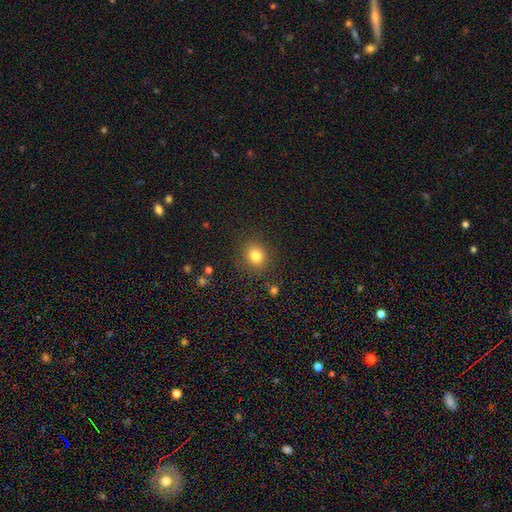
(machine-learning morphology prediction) A smooth galaxy with no disk features (81%) that is round (77%).

Vote fractions:
- Smooth or featured? smooth: 81% / star or artifact: 12% / featured or disk: 7%
- How rounded? round: 77% / in between: 22% / cigar-shaped: 1%
- Merging? none: 87% / minor disturbance: 8% / major disturbance: 3% / merger: 2%